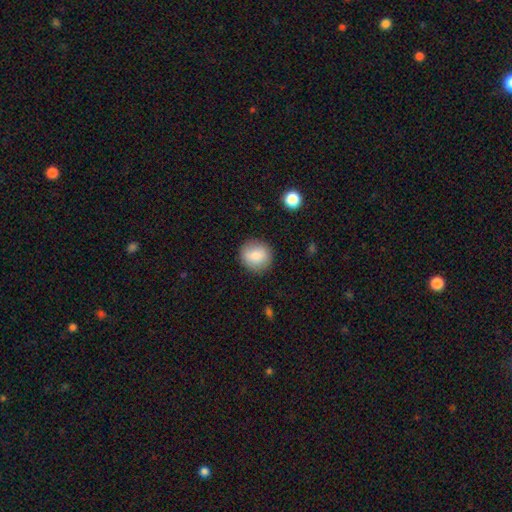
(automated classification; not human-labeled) smooth-or-featured: smooth: 83% | featured or disk: 9% | star or artifact: 8%
  how-rounded: round: 89% | in between: 10% | cigar-shaped: 1%
  merging: none: 88% | minor disturbance: 8% | major disturbance: 3% | merger: 1%